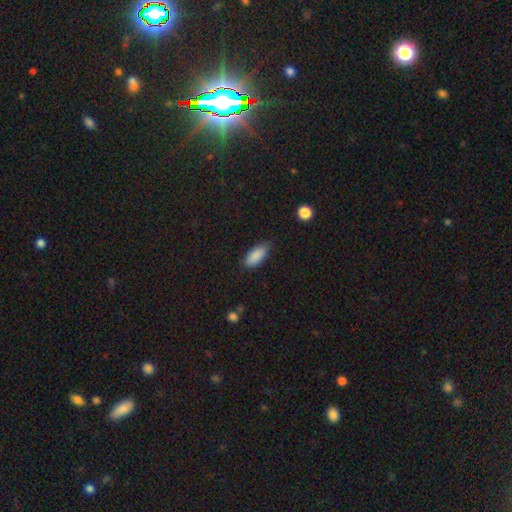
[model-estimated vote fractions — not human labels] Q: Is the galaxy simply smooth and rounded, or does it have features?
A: smooth — 89%.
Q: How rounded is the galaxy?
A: in between — 84%.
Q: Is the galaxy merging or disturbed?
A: none — 76%.